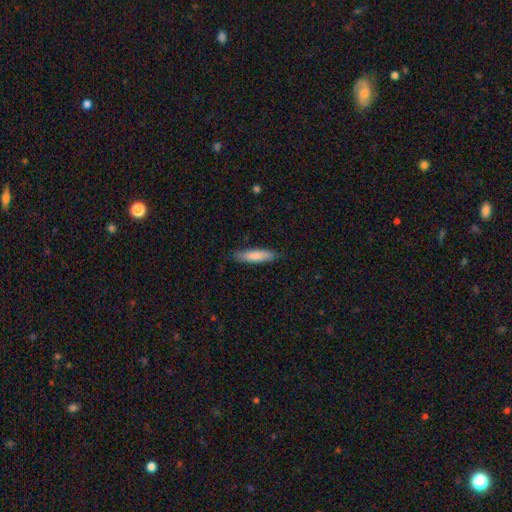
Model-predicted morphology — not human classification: This is clearly a smooth galaxy (83%). How rounded: likely cigar-shaped (72%). Merging: clearly none (83%).